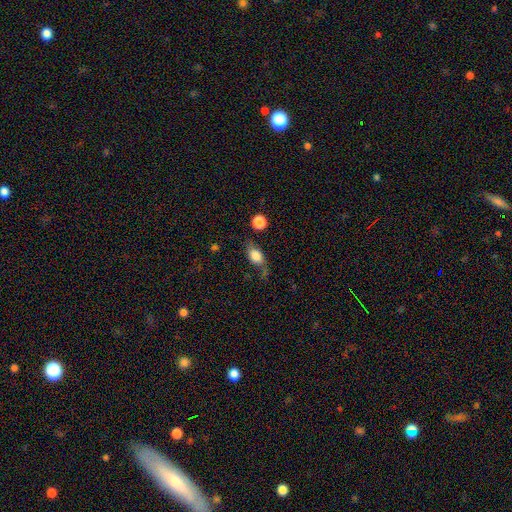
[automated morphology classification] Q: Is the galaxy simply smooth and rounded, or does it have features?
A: smooth — 70%.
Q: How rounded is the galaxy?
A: in between — 78%.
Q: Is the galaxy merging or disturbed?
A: none — 51%.